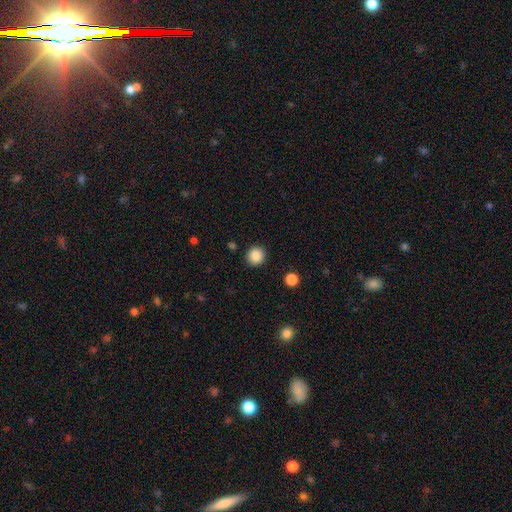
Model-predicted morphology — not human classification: smooth-or-featured: smooth: 87% | star or artifact: 10% | featured or disk: 3%
  how-rounded: round: 93% | in between: 6% | cigar-shaped: 1%
  merging: none: 91% | minor disturbance: 5% | major disturbance: 2% | merger: 1%